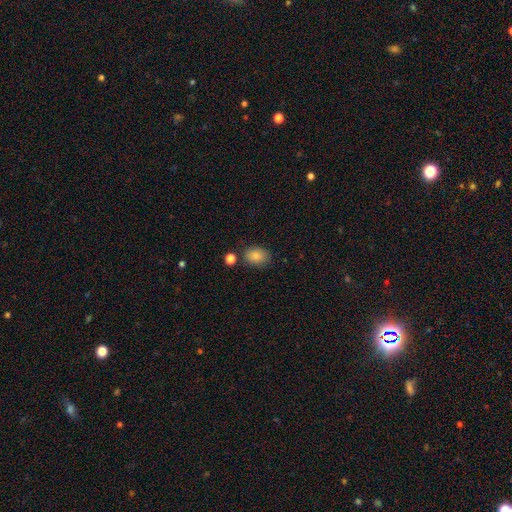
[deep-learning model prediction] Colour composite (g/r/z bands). It shows a smooth galaxy with no disk features (85%) that is in between round and cigar-shaped (67%). Merging: none (78%).